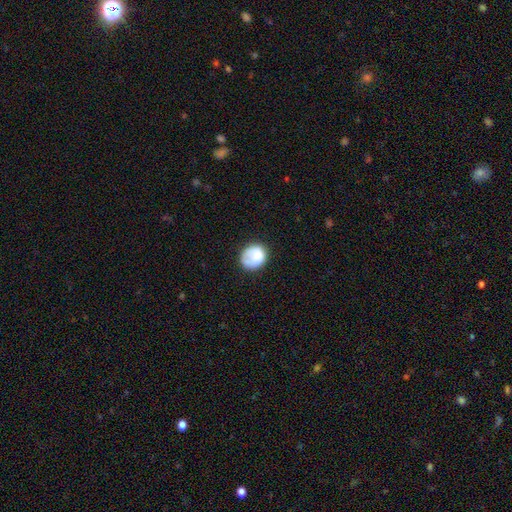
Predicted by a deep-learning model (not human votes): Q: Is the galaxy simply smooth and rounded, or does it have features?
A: smooth — 78%.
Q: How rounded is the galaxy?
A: round — 70%.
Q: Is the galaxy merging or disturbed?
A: none — 61%.